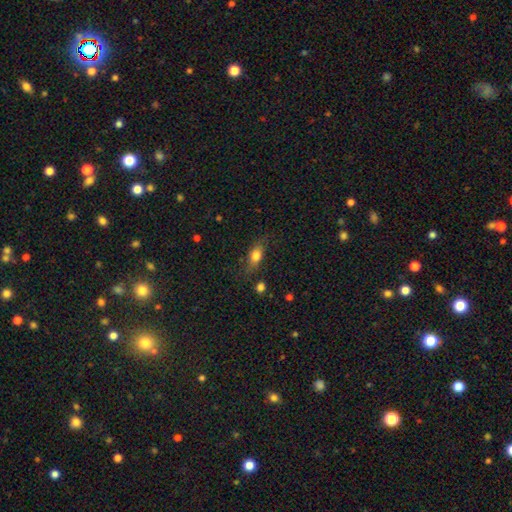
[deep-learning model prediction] The model was most divided on "merging": none: 71%, minor disturbance: 20%, major disturbance: 6%, merger: 3%. More confident: smooth or featured — smooth (74%); how rounded — in between (71%).